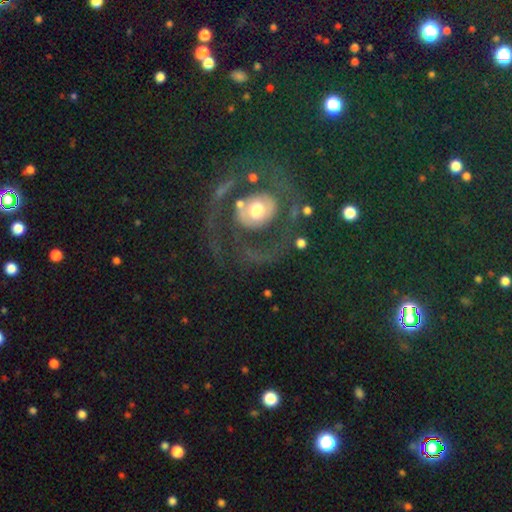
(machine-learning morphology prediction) Smooth or featured?
  - featured or disk: 59% *
  - smooth: 23%
  - star or artifact: 18%
Edge-on disk?
  - no: 95% *
  - yes: 5%
Bar?
  - no: 81% *
  - weak: 12%
  - strong: 7%
Spiral arms?
  - no: 56% *
  - yes: 44%
Bulge size?
  - moderate: 60% *
  - large: 19%
  - small: 15%
  - dominant: 3%
  - none: 3%
Merging?
  - none: 69% *
  - minor disturbance: 14%
  - major disturbance: 14%
  - merger: 4%